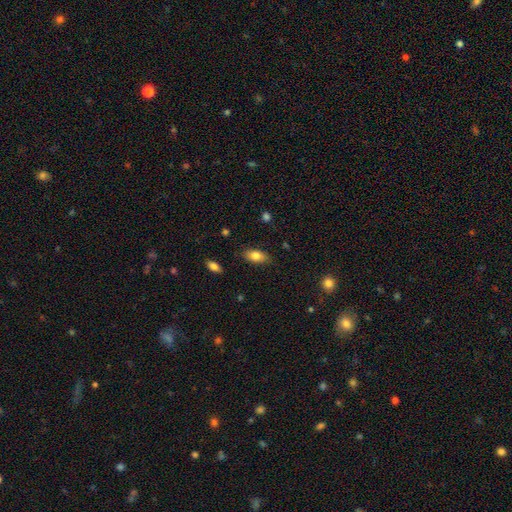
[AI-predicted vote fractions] Smooth or featured? smooth (81%)
How rounded? in between (89%)
Merging? none (84%)